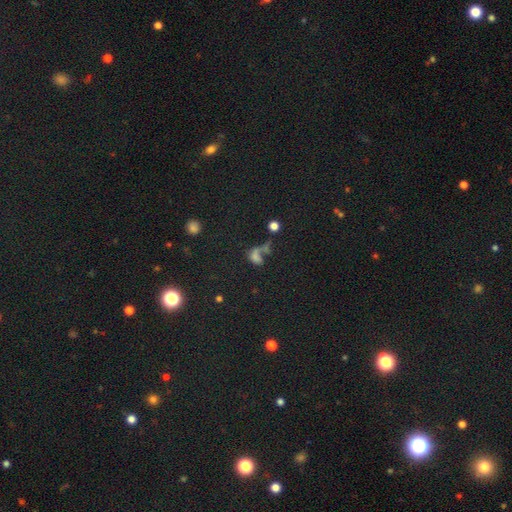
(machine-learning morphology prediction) smooth-or-featured: smooth: 44% | star or artifact: 39% | featured or disk: 16%
  merging: merger: 35% | none: 33% | major disturbance: 19% | minor disturbance: 13%